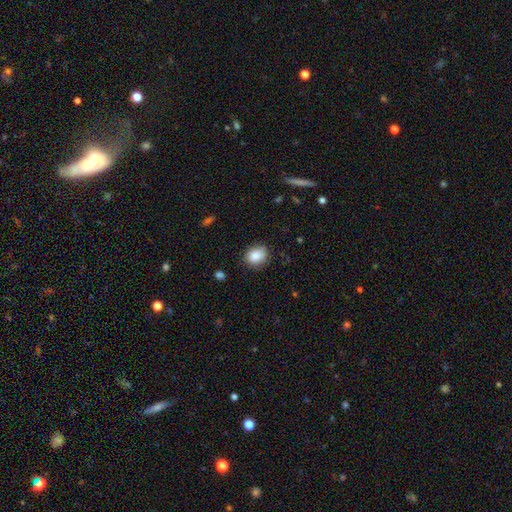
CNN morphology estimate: Smooth or featured? Predicted: smooth (p=0.86). How rounded? Predicted: round (p=0.53). Merging? Predicted: none (p=0.81).